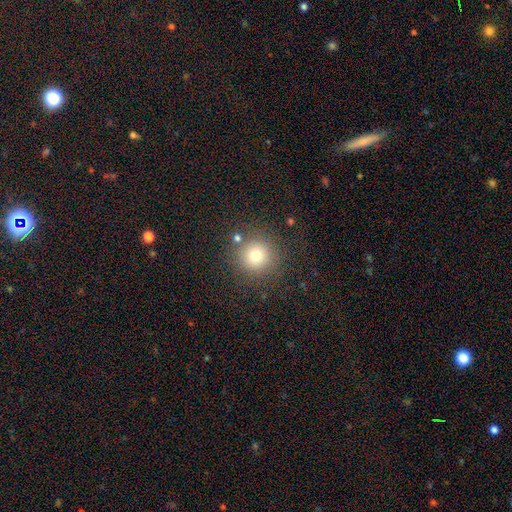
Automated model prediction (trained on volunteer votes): This is likely a smooth galaxy (76%). How rounded: clearly round (94%). Merging: clearly none (83%).